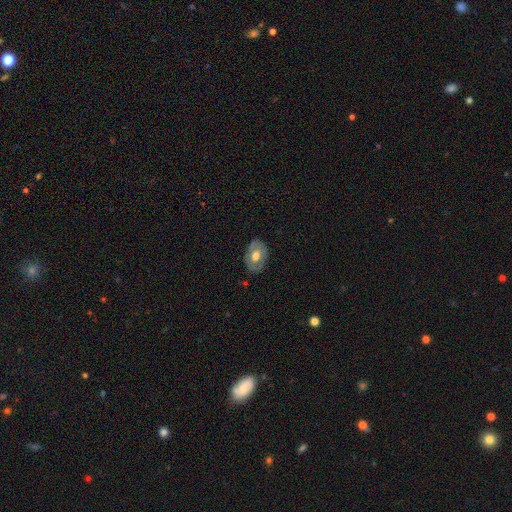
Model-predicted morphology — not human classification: type=featured or disk (47%, tied with smooth); merging=none (80%).